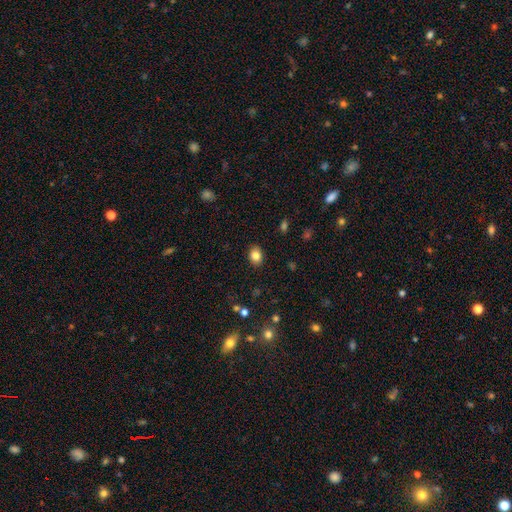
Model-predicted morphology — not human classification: Smooth or featured: smooth — 83% (star or artifact — 10%)
How rounded: in between — 64% (round — 35%)
Merging: none — 88% (minor disturbance — 9%)